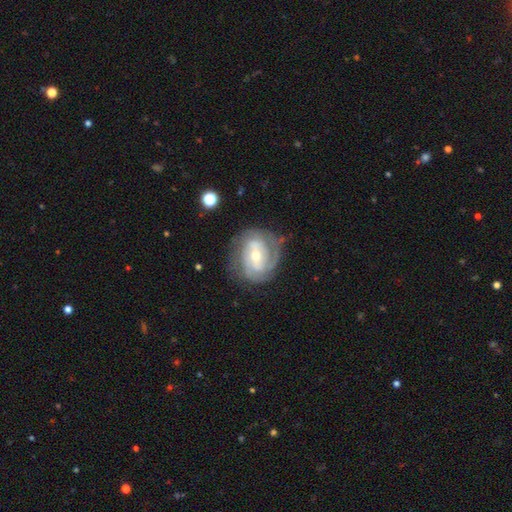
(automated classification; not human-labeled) Smooth or featured?
  - featured or disk: 84% *
  - smooth: 10%
  - star or artifact: 5%
Edge-on disk?
  - no: 97% *
  - yes: 3%
Bar?
  - weak: 45% *
  - no: 30%
  - strong: 25%
Spiral arms?
  - yes: 94% *
  - no: 6%
Spiral winding?
  - tight: 57% *
  - medium: 34%
  - loose: 9%
Spiral arm count?
  - 2: 40% *
  - 3: 24%
  - can't tell: 22%
  - 4: 5%
  - 1: 5%
  - more than 4: 4%
Bulge size?
  - moderate: 49% *
  - small: 47%
  - large: 2%
  - none: 1%
  - dominant: 1%
Merging?
  - none: 72% *
  - minor disturbance: 18%
  - major disturbance: 9%
  - merger: 2%